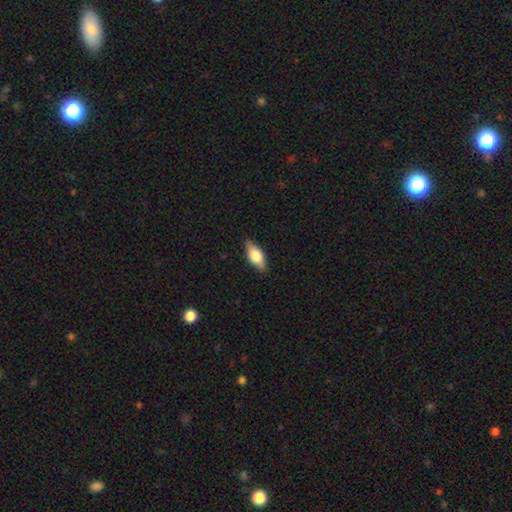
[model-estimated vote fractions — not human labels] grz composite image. It shows a smooth galaxy with no disk features (65%) that is in between round and cigar-shaped (82%). Merging: none (87%).